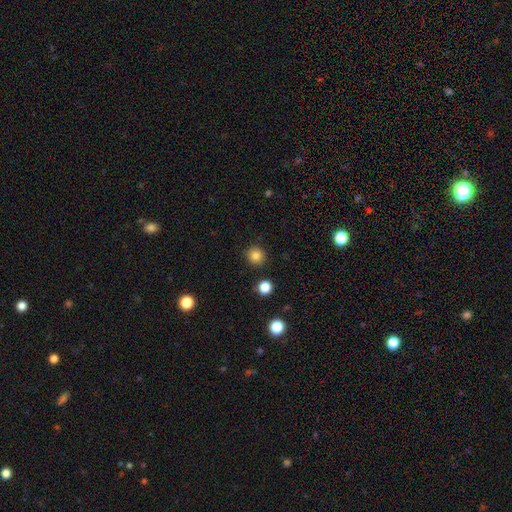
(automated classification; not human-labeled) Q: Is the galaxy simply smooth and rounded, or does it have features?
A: smooth — 84%.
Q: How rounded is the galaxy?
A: round — 94%.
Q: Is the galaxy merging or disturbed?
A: none — 91%.